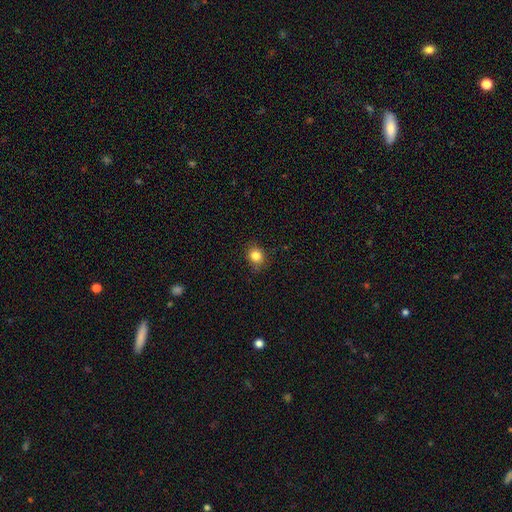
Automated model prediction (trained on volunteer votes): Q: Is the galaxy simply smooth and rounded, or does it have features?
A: smooth — 83%.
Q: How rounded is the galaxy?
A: round — 72%.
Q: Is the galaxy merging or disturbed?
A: none — 84%.